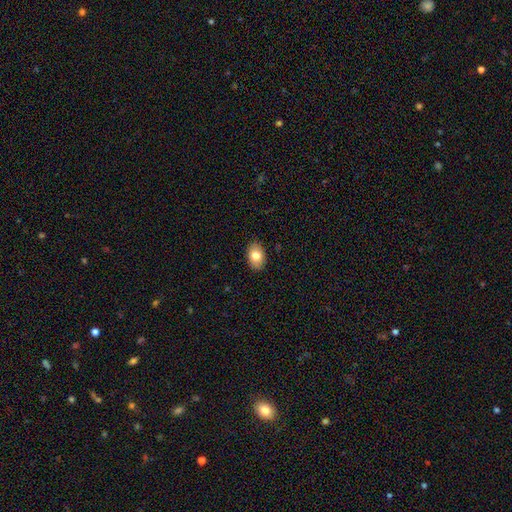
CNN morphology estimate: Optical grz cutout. It shows a smooth galaxy with no disk features (79%) that is in between round and cigar-shaped (85%). Merging: none (89%).